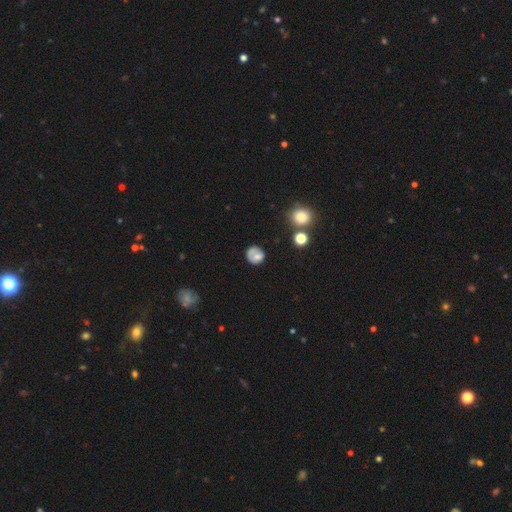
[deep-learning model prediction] Smooth or featured? Predicted: smooth (p=0.67). How rounded? Predicted: round (p=0.81). Merging? Predicted: none (p=0.60).